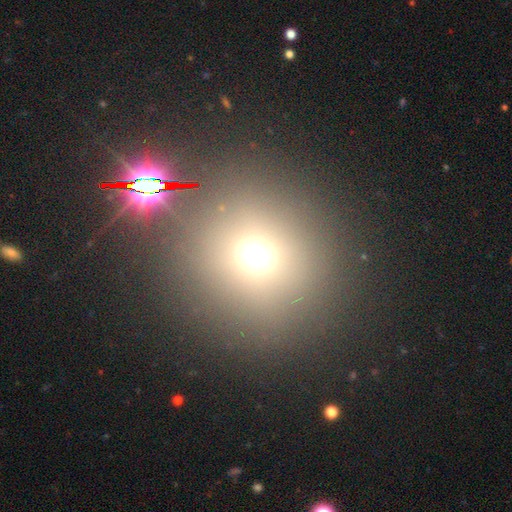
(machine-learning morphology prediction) smooth 59%, star or artifact 32%, featured or disk 9%. Down the decision tree: how rounded — round (92%); merging — none (82%).